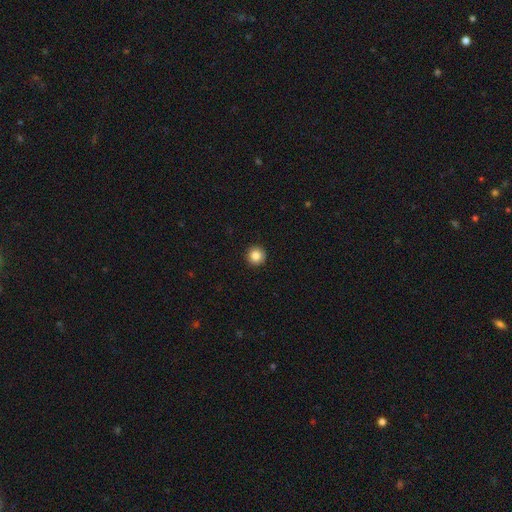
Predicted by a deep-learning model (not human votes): Smooth or featured? Predicted: smooth (p=0.85). How rounded? Predicted: round (p=0.96). Merging? Predicted: none (p=0.93).